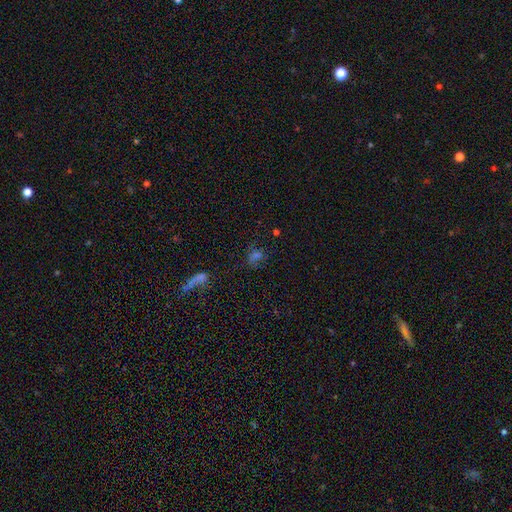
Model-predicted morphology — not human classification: smooth 43%, star or artifact 39%, featured or disk 18%. Down the decision tree: merging — none (57%).